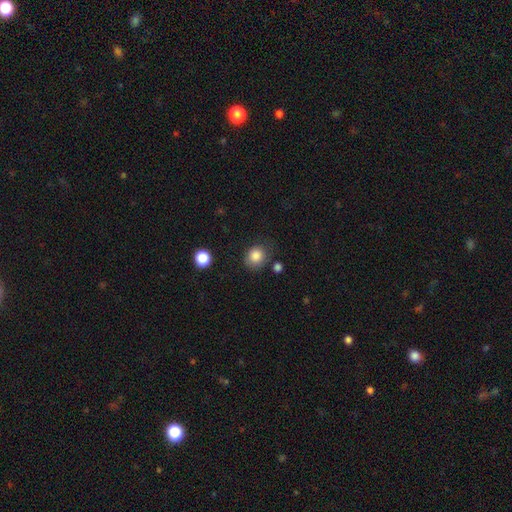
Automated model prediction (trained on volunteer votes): Smooth or featured: smooth — 85% (star or artifact — 10%)
How rounded: round — 76% (in between — 23%)
Merging: none — 73% (minor disturbance — 18%)